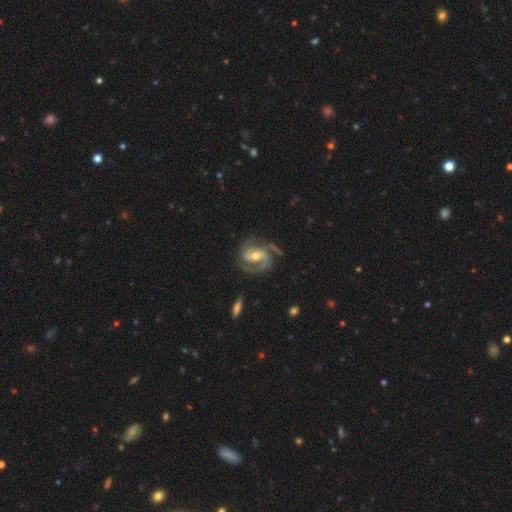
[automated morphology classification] A featured or disk galaxy (91%) with no bar (43%), 2 (48%) medium (51%) spiral arms (98%) and a moderate central bulge (66%).

Vote fractions:
- Smooth or featured? featured or disk: 91% / smooth: 5% / star or artifact: 4%
- Edge-on disk? no: 98% / yes: 2%
- Bar? no: 43% / weak: 39% / strong: 19%
- Spiral arms? yes: 98% / no: 2%
- Spiral winding? medium: 51% / tight: 37% / loose: 12%
- Spiral arm count? 2: 48% / 3: 34% / can't tell: 6% / 4: 4% / 1: 4% / more than 4: 3%
- Bulge size? moderate: 66% / small: 29% / large: 4% / none: 1% / dominant: 1%
- Merging? none: 69% / minor disturbance: 18% / major disturbance: 11% / merger: 2%